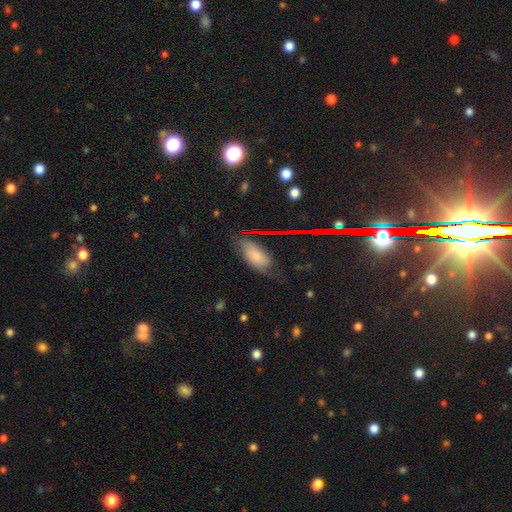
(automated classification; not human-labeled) Smooth or featured: smooth — 63% (featured or disk — 25%)
How rounded: in between — 90% (cigar-shaped — 6%)
Merging: none — 56% (minor disturbance — 30%)